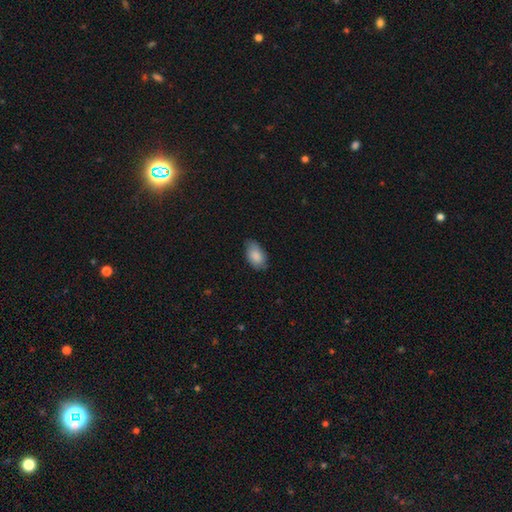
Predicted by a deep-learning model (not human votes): smooth-or-featured: smooth: 86% | featured or disk: 8% | star or artifact: 6%
  how-rounded: in between: 93% | round: 5% | cigar-shaped: 2%
  merging: none: 72% | minor disturbance: 23% | major disturbance: 4% | merger: 1%